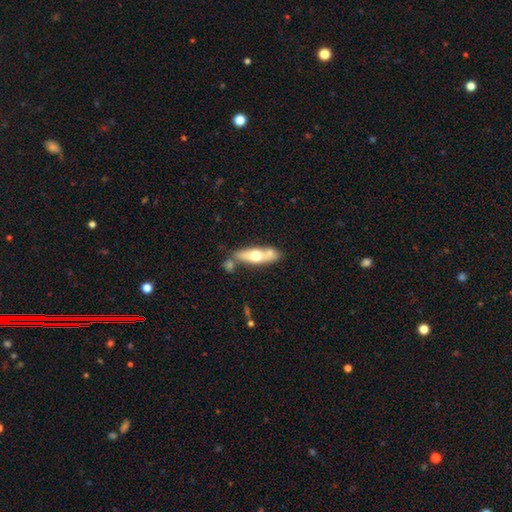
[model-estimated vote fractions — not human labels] smooth-or-featured: smooth: 49% | featured or disk: 45% | star or artifact: 5%
  merging: none: 60% | merger: 20% | minor disturbance: 15% | major disturbance: 4%